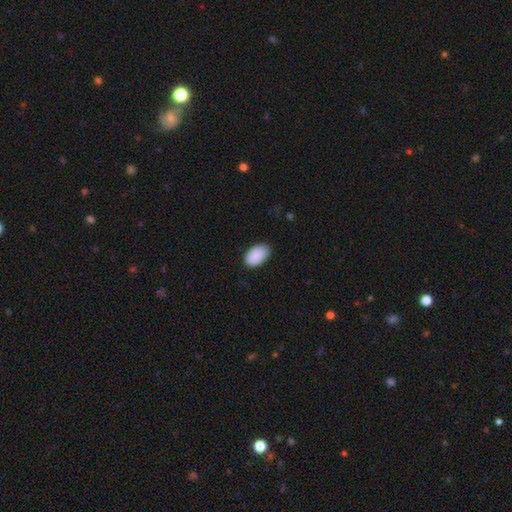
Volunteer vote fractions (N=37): Smooth or featured? 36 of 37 (97%) said smooth. How rounded? 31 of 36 (86%) said in between. Merging? 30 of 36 (83%) said none.